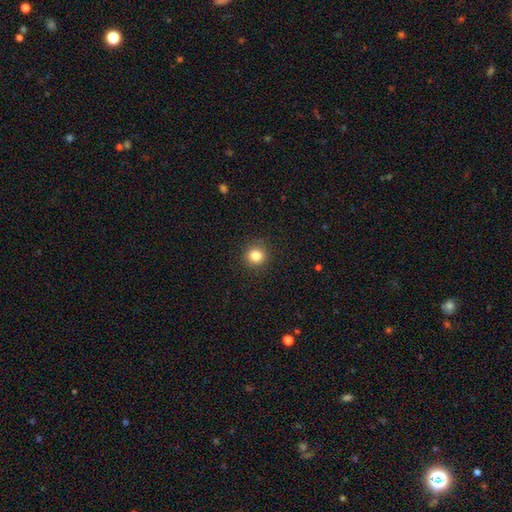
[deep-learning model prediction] A smooth galaxy with no disk features (83%) that is round (91%).

Vote fractions:
- Smooth or featured? smooth: 83% / star or artifact: 11% / featured or disk: 5%
- How rounded? round: 91% / in between: 8% / cigar-shaped: 1%
- Merging? none: 91% / minor disturbance: 6% / major disturbance: 2% / merger: 1%